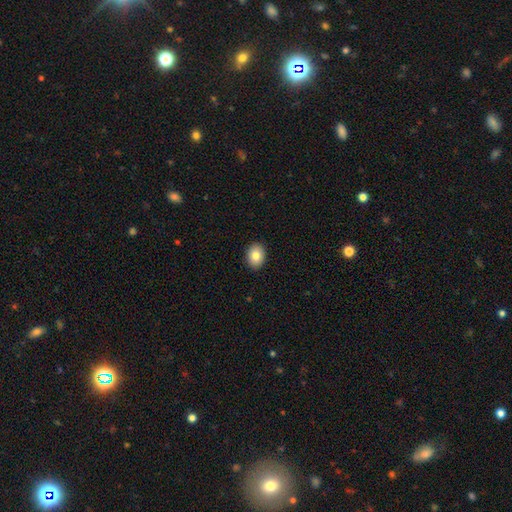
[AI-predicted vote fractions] Smooth or featured: smooth — 83% (featured or disk — 9%)
How rounded: in between — 69% (round — 30%)
Merging: none — 91% (minor disturbance — 7%)